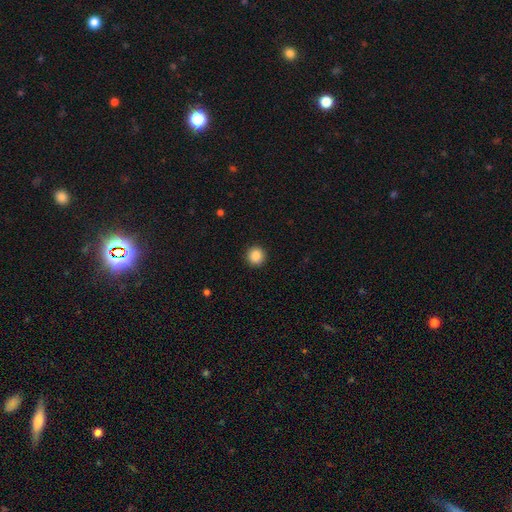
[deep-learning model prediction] The model was most divided on "smooth or featured": smooth: 88%, star or artifact: 9%, featured or disk: 3%. More confident: how rounded — round (95%); merging — none (92%).